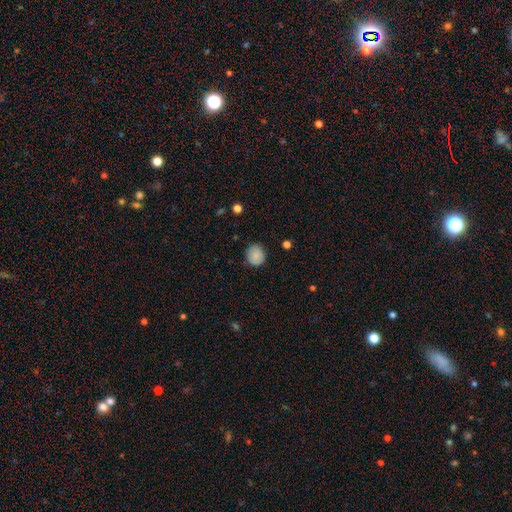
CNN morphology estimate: type=smooth (83%); roundness=round (81%); merging=none (82%).